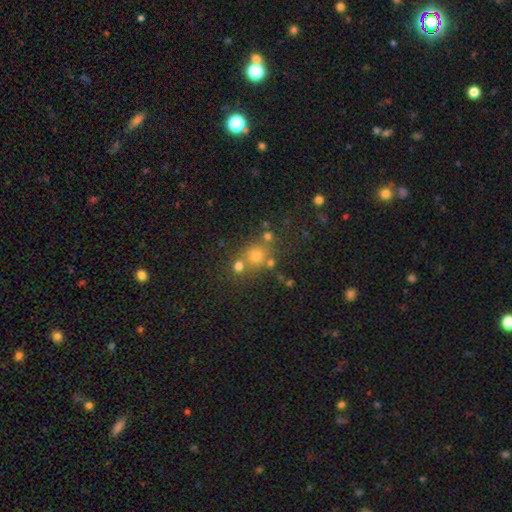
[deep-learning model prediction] A smooth galaxy with no disk features (63%) that is round (84%). Merging: none (62%).